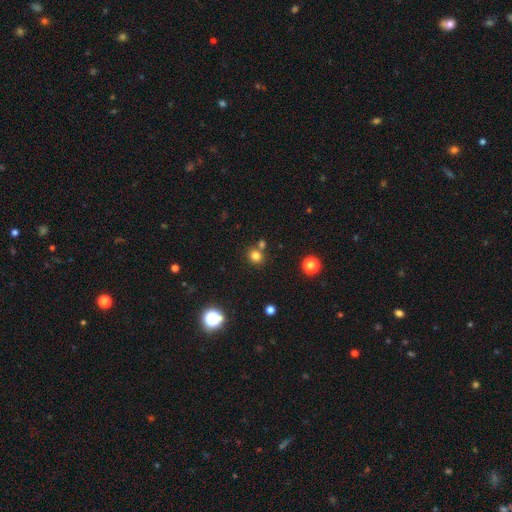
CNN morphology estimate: Smooth or featured? smooth (78%)
How rounded? round (81%)
Merging? none (69%)